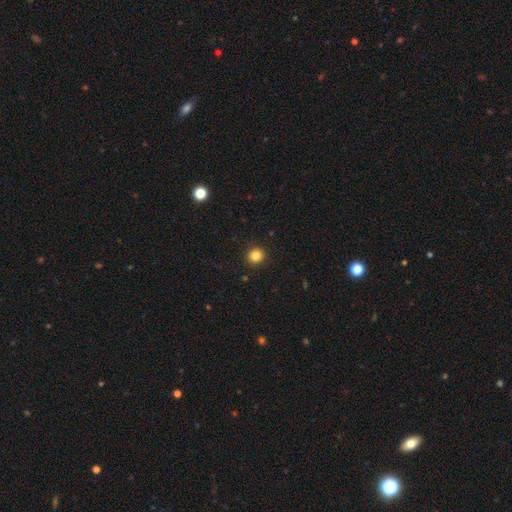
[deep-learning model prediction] This is clearly a smooth galaxy (84%). How rounded: clearly round (92%). Merging: clearly none (92%).